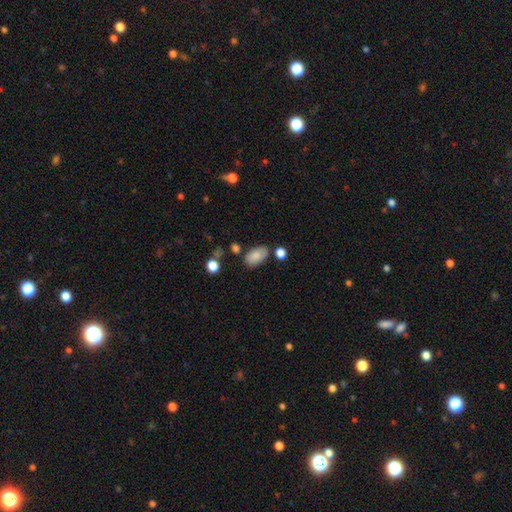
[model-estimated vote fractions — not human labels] Smooth or featured?
  - smooth: 84% *
  - featured or disk: 8%
  - star or artifact: 8%
How rounded?
  - in between: 93% *
  - round: 5%
  - cigar-shaped: 2%
Merging?
  - none: 73% *
  - minor disturbance: 16%
  - merger: 7%
  - major disturbance: 4%